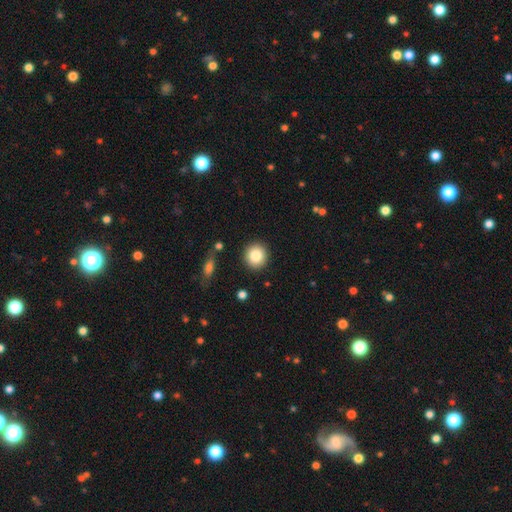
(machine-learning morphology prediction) smooth-or-featured: smooth: 84% | star or artifact: 9% | featured or disk: 7%
  how-rounded: round: 87% | in between: 12% | cigar-shaped: 1%
  merging: none: 89% | minor disturbance: 7% | major disturbance: 2% | merger: 2%